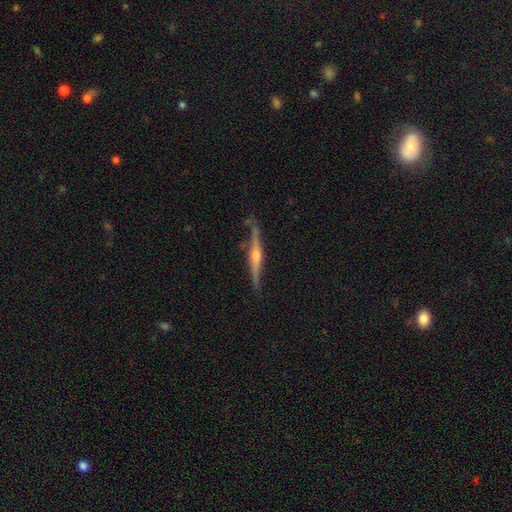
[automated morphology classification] Overall: featured or disk (84%). Edge-on disk: yes (96%). Edge-on bulge: rounded (88%). Merging: none (77%).